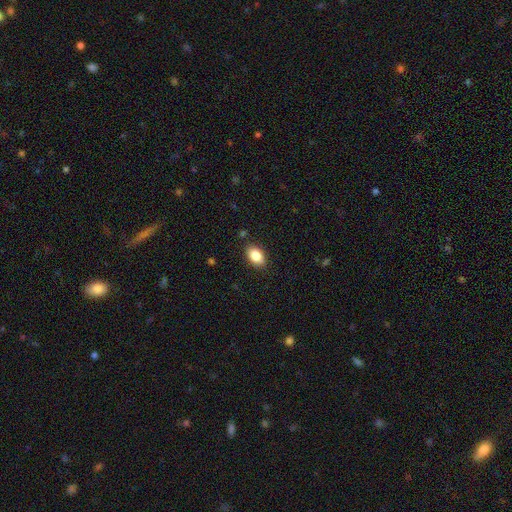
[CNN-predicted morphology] This appears to be a smooth galaxy with no disk features (86%) that is in between round and cigar-shaped (90%). Merging: none (88%).